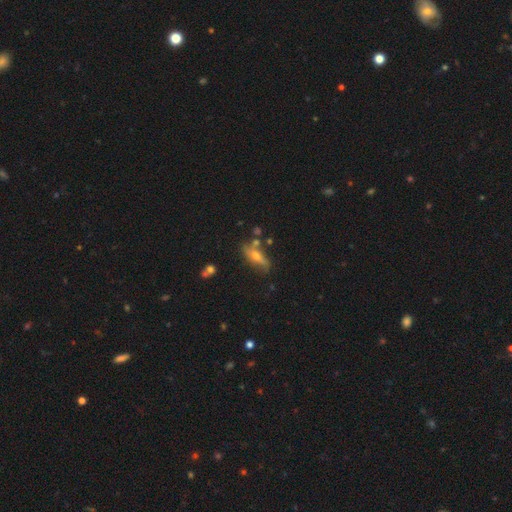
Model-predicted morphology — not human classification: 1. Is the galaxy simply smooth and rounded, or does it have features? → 49% featured or disk, 40% smooth, 11% star or artifact.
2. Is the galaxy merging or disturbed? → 61% none, 22% minor disturbance, 10% merger, 8% major disturbance.